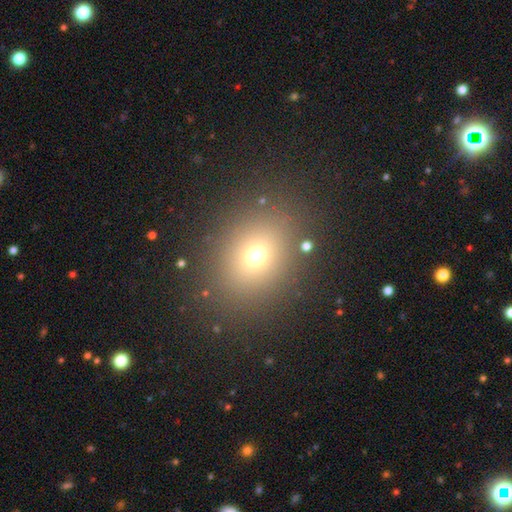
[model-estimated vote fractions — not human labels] Overall: smooth (67%). How rounded: round (61%; in between 38%). Merging: none (85%).